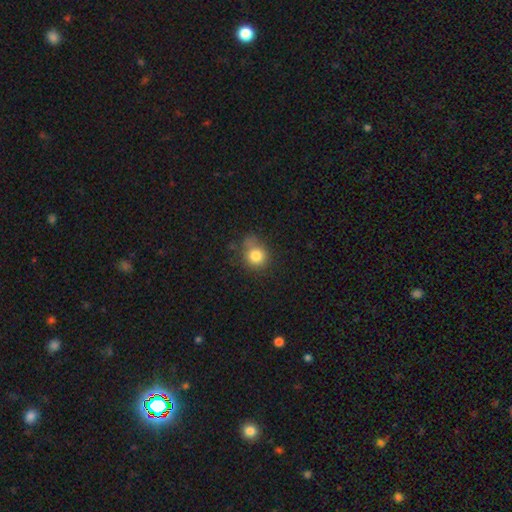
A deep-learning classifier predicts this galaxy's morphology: smooth 81%, star or artifact 11%, featured or disk 8%. Down the decision tree: how rounded — round (79%); merging — none (55%).